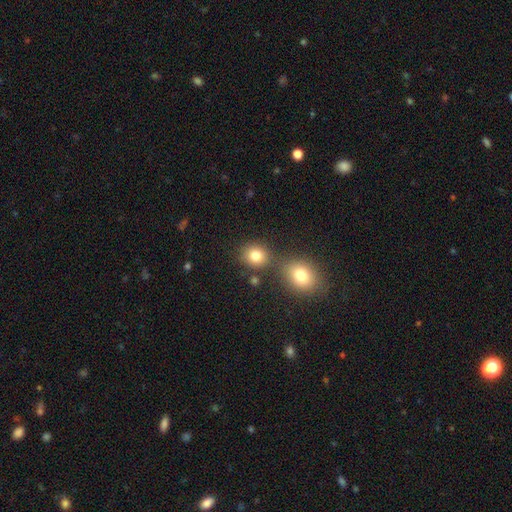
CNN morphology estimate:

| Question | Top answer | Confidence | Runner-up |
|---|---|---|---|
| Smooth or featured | smooth | 81% | star or artifact (12%) |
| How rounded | round | 74% | in between (25%) |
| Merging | none | 67% | merger (20%) |